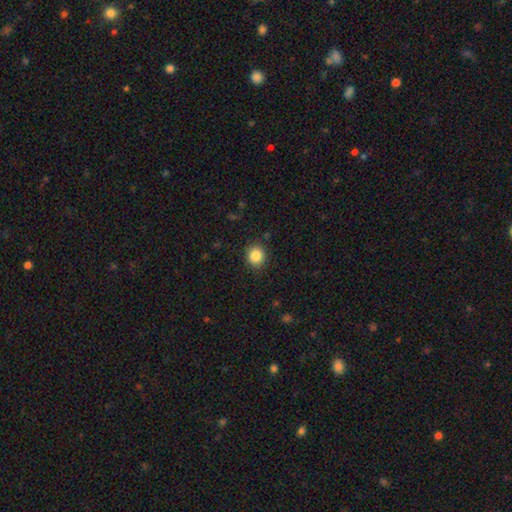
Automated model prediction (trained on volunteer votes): smooth_or_featured: smooth (p=0.85) [alt: star or artifact p=0.10]
how_rounded: round (p=0.85) [alt: in between p=0.14]
merging: none (p=0.89) [alt: minor disturbance p=0.08]